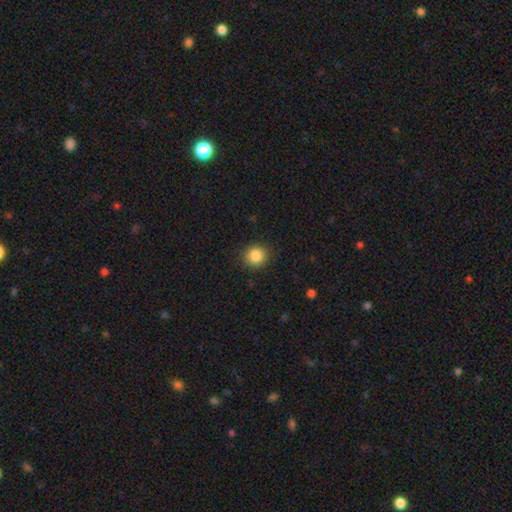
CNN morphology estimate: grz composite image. It shows a smooth galaxy with no disk features (86%) that is round (92%). Merging: none (90%).